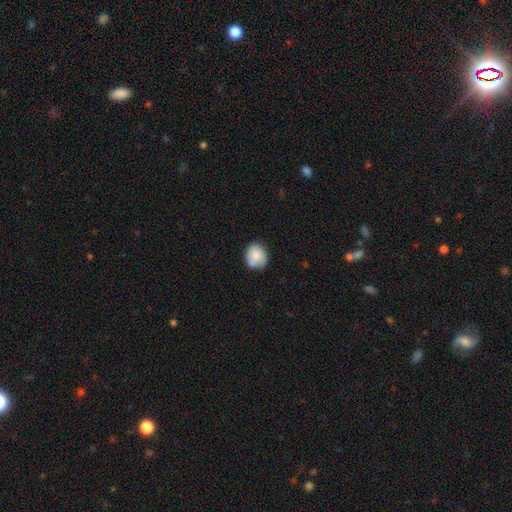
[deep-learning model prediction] A smooth galaxy with no disk features (77%) that is round (71%).

Vote fractions:
- Smooth or featured? smooth: 77% / featured or disk: 15% / star or artifact: 8%
- How rounded? round: 71% / in between: 28% / cigar-shaped: 1%
- Merging? none: 64% / minor disturbance: 23% / merger: 9% / major disturbance: 5%